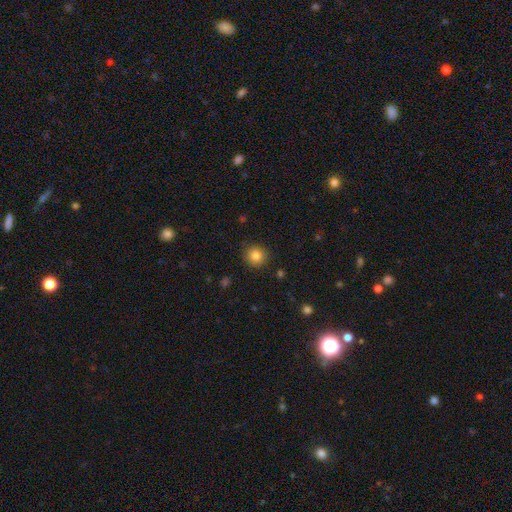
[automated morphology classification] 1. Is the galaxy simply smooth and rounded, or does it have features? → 83% smooth, 10% star or artifact, 7% featured or disk.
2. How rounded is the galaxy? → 91% round, 8% in between, 1% cigar-shaped.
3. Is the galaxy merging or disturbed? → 86% none, 10% minor disturbance, 2% major disturbance, 1% merger.